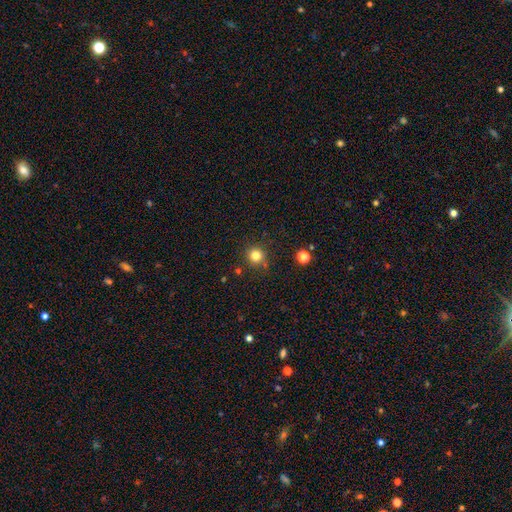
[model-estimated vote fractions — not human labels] The model was most divided on "smooth or featured": smooth: 81%, star or artifact: 14%, featured or disk: 5%. More confident: how rounded — round (94%); merging — none (85%).